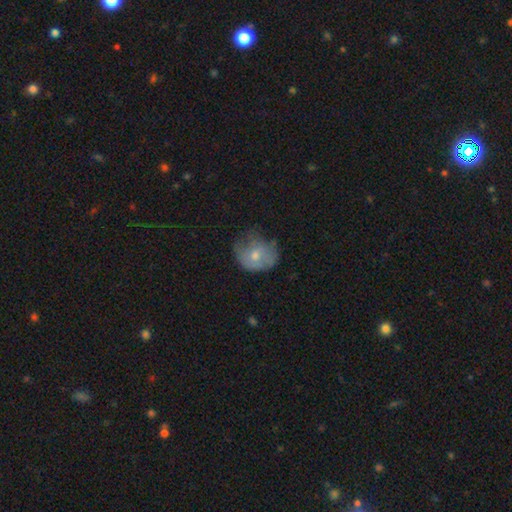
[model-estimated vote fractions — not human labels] This is likely a smooth galaxy (61%). How rounded: likely round (60%). Merging: marginally none (38%).